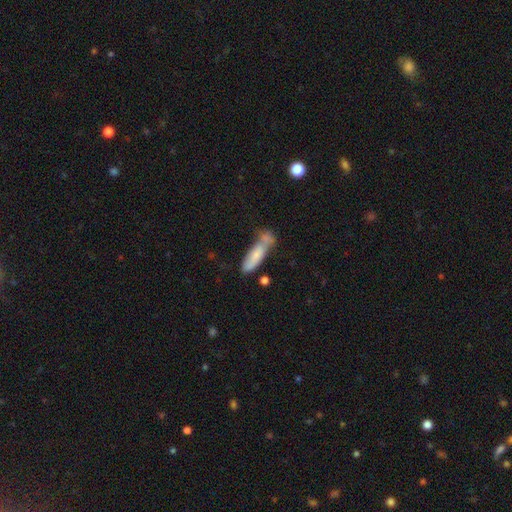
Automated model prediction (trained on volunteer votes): Q: Smooth or featured?
A: smooth (73%); runner-up: featured or disk (20%)
Q: How rounded?
A: cigar-shaped (62%); runner-up: in between (36%)
Q: Merging?
A: none (37%); runner-up: merger (35%)